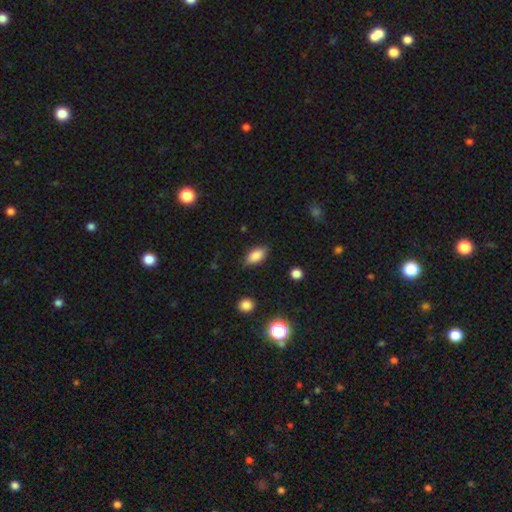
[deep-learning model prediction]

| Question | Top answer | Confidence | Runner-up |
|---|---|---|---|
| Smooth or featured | smooth | 83% | featured or disk (8%) |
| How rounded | in between | 88% | cigar-shaped (8%) |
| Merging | none | 82% | minor disturbance (14%) |